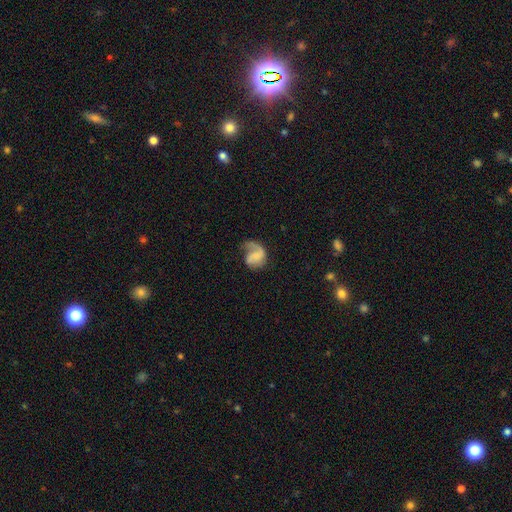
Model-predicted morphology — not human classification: Smooth or featured?
  - featured or disk: 65% *
  - smooth: 28%
  - star or artifact: 7%
Edge-on disk?
  - no: 98% *
  - yes: 2%
Bar?
  - no: 56% *
  - weak: 34%
  - strong: 9%
Spiral arms?
  - yes: 90% *
  - no: 10%
Spiral winding?
  - loose: 46% *
  - medium: 37%
  - tight: 17%
Spiral arm count?
  - 1: 56% *
  - 2: 37%
  - can't tell: 4%
  - 3: 1%
  - 4: 1%
  - more than 4: 1%
Bulge size?
  - none: 55% *
  - small: 26%
  - moderate: 12%
  - large: 5%
  - dominant: 2%
Merging?
  - none: 39% *
  - major disturbance: 34%
  - minor disturbance: 23%
  - merger: 3%